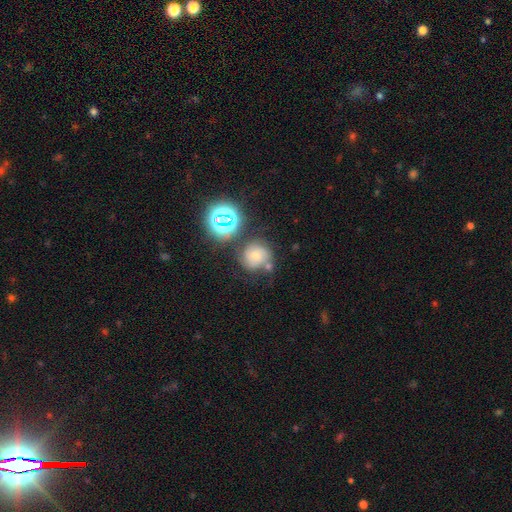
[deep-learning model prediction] This appears to be a smooth galaxy with no disk features (46%). Merging: none (59%).